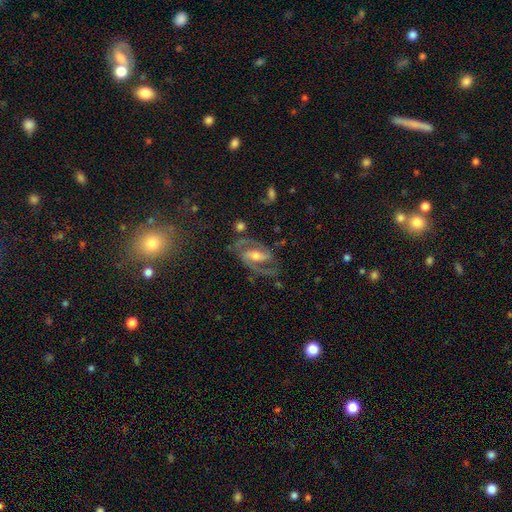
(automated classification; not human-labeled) Q: Smooth or featured?
A: featured or disk (87%); runner-up: star or artifact (6%)
Q: Edge-on disk?
A: no (96%); runner-up: yes (4%)
Q: Bar?
A: strong (41%); runner-up: weak (40%)
Q: Spiral arms?
A: yes (97%); runner-up: no (3%)
Q: Spiral winding?
A: medium (58%); runner-up: tight (26%)
Q: Spiral arm count?
A: 2 (91%); runner-up: can't tell (3%)
Q: Bulge size?
A: moderate (57%); runner-up: small (35%)
Q: Merging?
A: none (73%); runner-up: minor disturbance (16%)